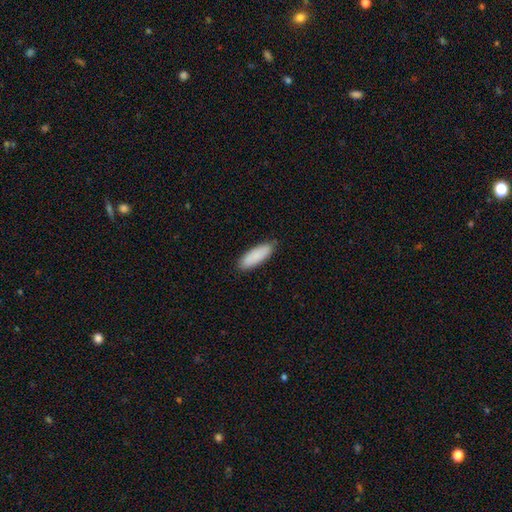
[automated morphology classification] A smooth galaxy with no disk features (88%) that is in between round and cigar-shaped (60%).

Vote fractions:
- Smooth or featured? smooth: 88% / featured or disk: 6% / star or artifact: 5%
- How rounded? in between: 60% / cigar-shaped: 39% / round: 1%
- Merging? none: 84% / minor disturbance: 13% / major disturbance: 2% / merger: 1%